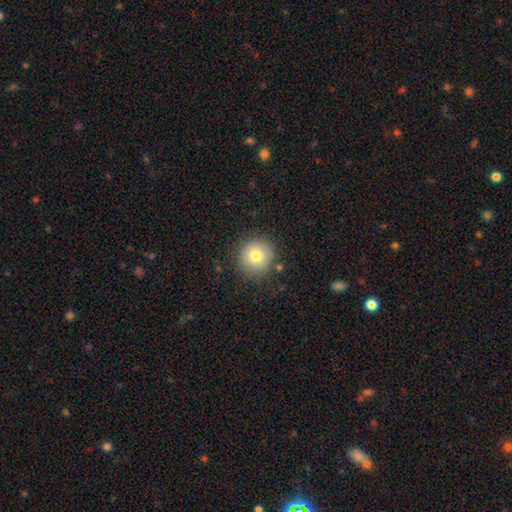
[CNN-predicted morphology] Q: Smooth or featured?
A: smooth (76%); runner-up: featured or disk (13%)
Q: How rounded?
A: round (94%); runner-up: in between (5%)
Q: Merging?
A: none (84%); runner-up: minor disturbance (11%)